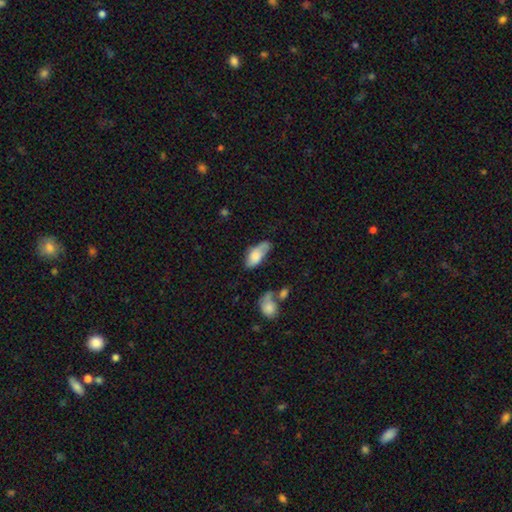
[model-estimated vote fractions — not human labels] A smooth galaxy with no disk features (73%) that is in between round and cigar-shaped (86%).

Vote fractions:
- Smooth or featured? smooth: 73% / featured or disk: 21% / star or artifact: 7%
- How rounded? in between: 86% / cigar-shaped: 11% / round: 3%
- Merging? none: 43% / minor disturbance: 34% / major disturbance: 14% / merger: 8%